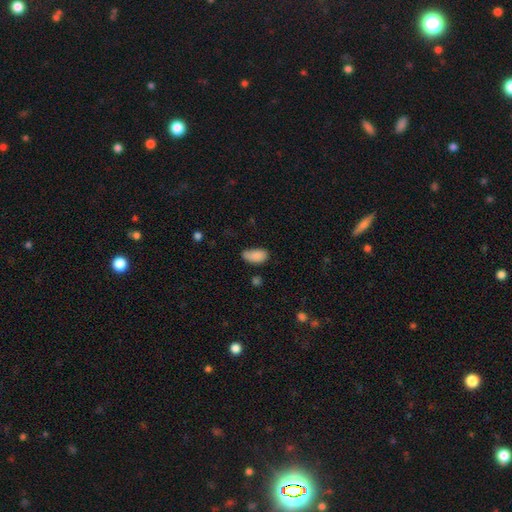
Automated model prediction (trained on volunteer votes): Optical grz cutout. It shows a smooth galaxy with no disk features (85%) that is in between round and cigar-shaped (93%). Merging: none (51%).